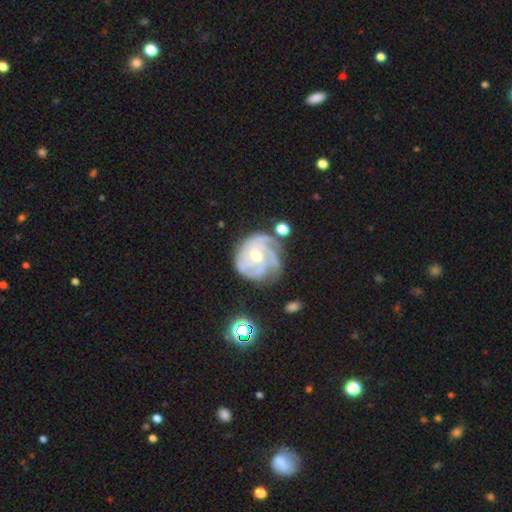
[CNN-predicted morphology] Smooth or featured?
  - featured or disk: 88% *
  - smooth: 6%
  - star or artifact: 6%
Edge-on disk?
  - no: 98% *
  - yes: 2%
Bar?
  - no: 69% *
  - weak: 25%
  - strong: 6%
Spiral arms?
  - yes: 97% *
  - no: 3%
Spiral winding?
  - tight: 67% *
  - medium: 28%
  - loose: 5%
Spiral arm count?
  - 3: 32% *
  - 4: 25%
  - can't tell: 20%
  - more than 4: 9%
  - 2: 9%
  - 1: 6%
Bulge size?
  - moderate: 64% *
  - small: 31%
  - large: 3%
  - none: 1%
  - dominant: 1%
Merging?
  - none: 68% *
  - minor disturbance: 20%
  - major disturbance: 9%
  - merger: 3%